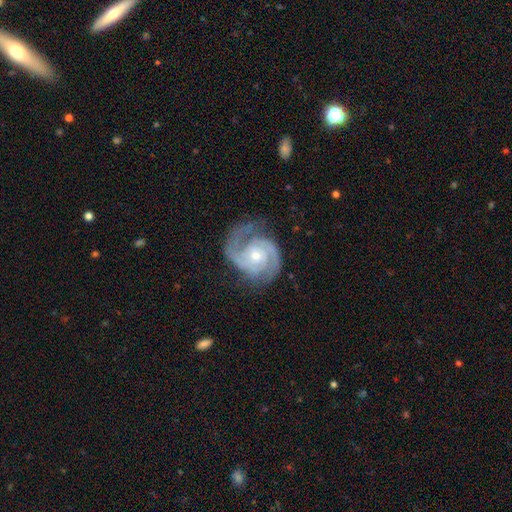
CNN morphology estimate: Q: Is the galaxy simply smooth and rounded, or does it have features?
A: featured or disk — 91%.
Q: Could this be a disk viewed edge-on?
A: no — 98%.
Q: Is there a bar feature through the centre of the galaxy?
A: no — 65%.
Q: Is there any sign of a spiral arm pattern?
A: yes — 98%.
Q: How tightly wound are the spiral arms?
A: tight — 50%.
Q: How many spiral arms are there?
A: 2 — 81%.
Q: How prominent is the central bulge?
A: small — 56%.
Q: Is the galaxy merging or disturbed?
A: none — 68%.